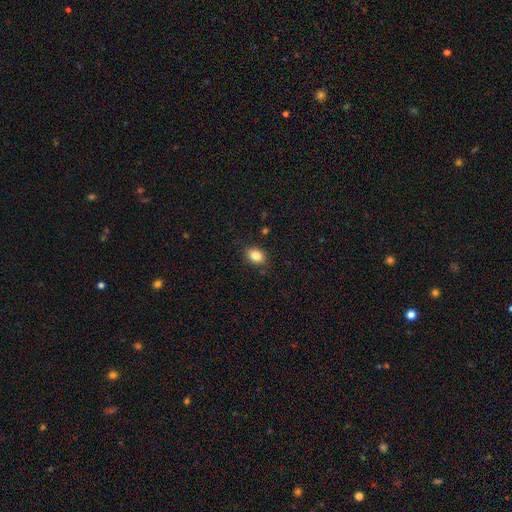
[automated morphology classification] Smooth or featured? smooth (84%)
How rounded? in between (69%)
Merging? none (85%)